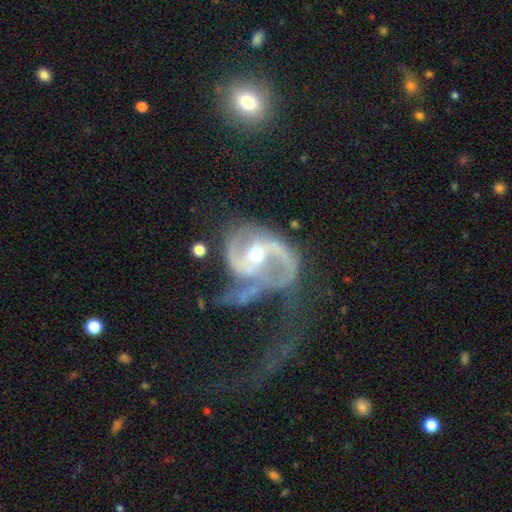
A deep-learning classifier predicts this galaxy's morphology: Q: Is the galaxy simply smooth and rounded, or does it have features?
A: featured or disk — 90%.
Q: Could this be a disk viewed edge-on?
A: no — 98%.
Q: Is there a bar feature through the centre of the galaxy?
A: weak — 42%.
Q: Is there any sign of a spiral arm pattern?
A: yes — 96%.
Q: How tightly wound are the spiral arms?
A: medium — 49%.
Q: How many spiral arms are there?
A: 2 — 75%.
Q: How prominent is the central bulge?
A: moderate — 68%.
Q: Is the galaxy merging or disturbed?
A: major disturbance — 44%.